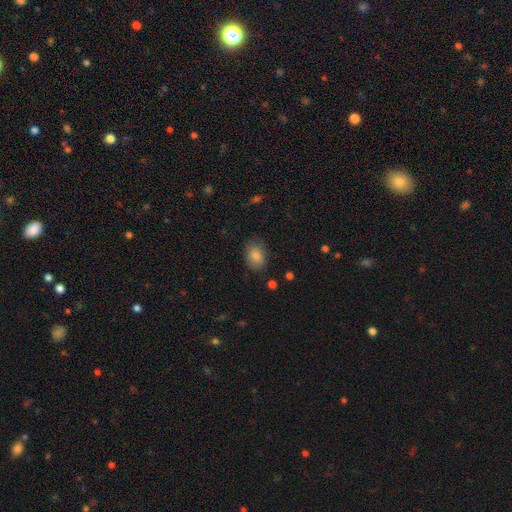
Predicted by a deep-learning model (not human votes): smooth_or_featured: smooth (p=0.85) [alt: star or artifact p=0.08]
how_rounded: in between (p=0.76) [alt: round p=0.23]
merging: none (p=0.80) [alt: minor disturbance p=0.15]